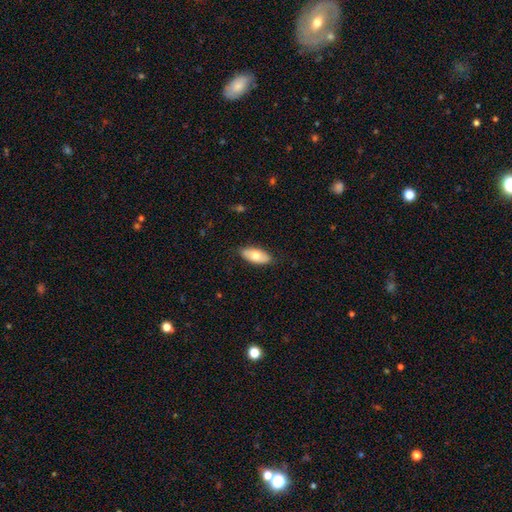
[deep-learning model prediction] Q: Smooth or featured?
A: smooth (70%); runner-up: featured or disk (24%)
Q: How rounded?
A: in between (90%); runner-up: cigar-shaped (8%)
Q: Merging?
A: none (84%); runner-up: minor disturbance (12%)